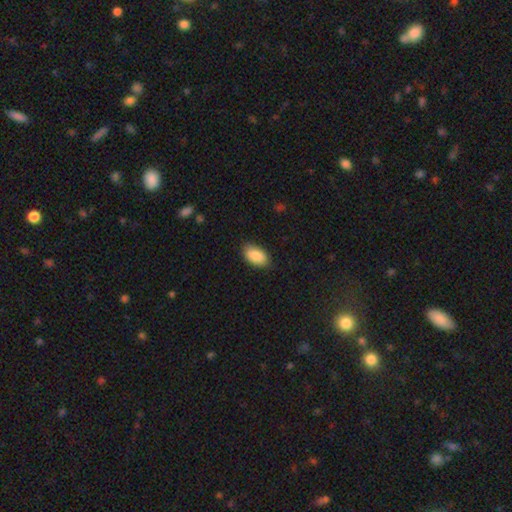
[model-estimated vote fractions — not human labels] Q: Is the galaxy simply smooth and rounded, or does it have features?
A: smooth — 90%.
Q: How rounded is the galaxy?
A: in between — 94%.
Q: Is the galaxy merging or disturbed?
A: none — 85%.